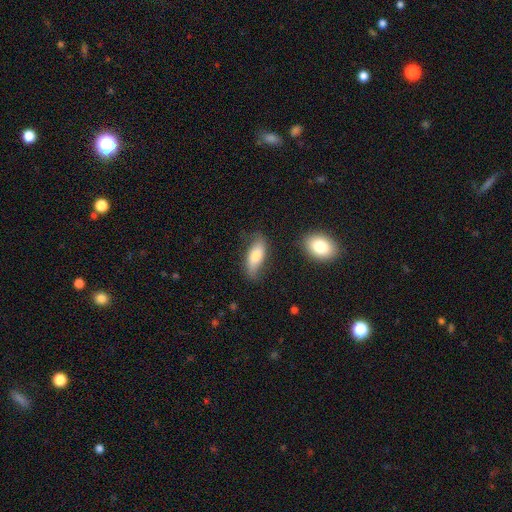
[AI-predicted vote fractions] Overall: smooth (63%; featured or disk 30%). How rounded: in between (75%). Merging: none (66%).